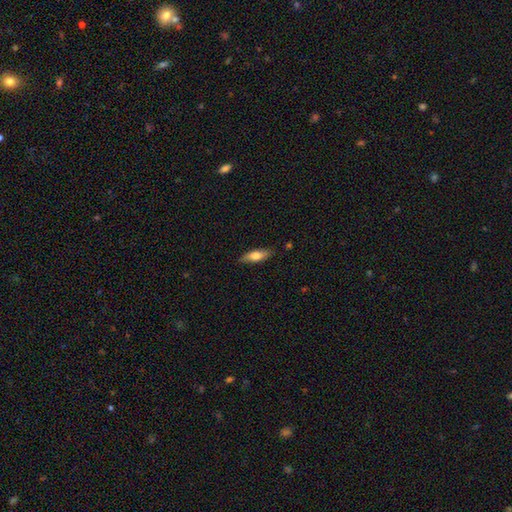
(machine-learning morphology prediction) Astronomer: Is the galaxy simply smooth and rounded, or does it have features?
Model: smooth — 72%.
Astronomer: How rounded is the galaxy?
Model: in between — 56% (runner-up: cigar-shaped, 41%).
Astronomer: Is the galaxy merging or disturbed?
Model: none — 84%.